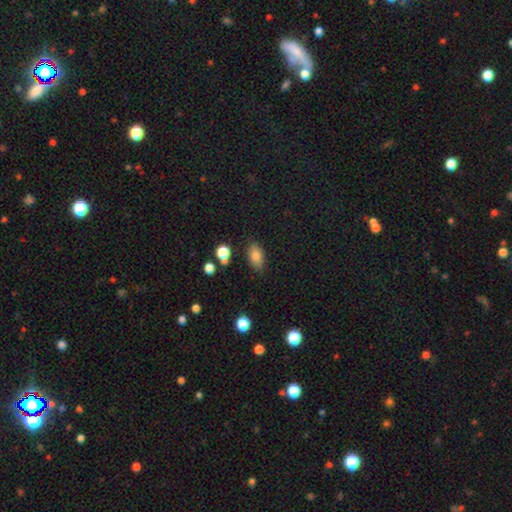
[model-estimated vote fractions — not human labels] smooth 80%, featured or disk 10%, star or artifact 10%. Down the decision tree: how rounded — in between (88%); merging — none (78%).